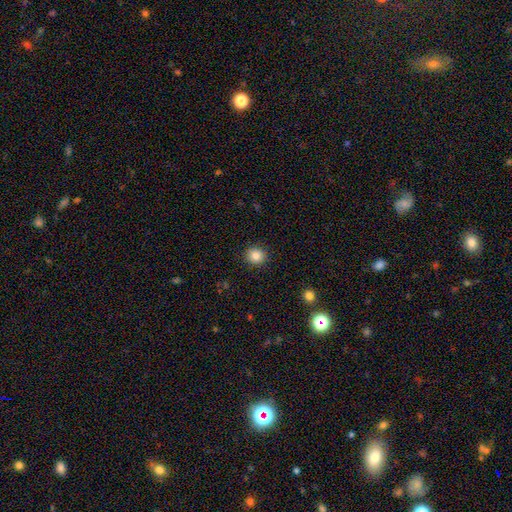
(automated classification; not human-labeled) smooth 85%, star or artifact 10%, featured or disk 4%. Down the decision tree: how rounded — round (90%); merging — none (91%).